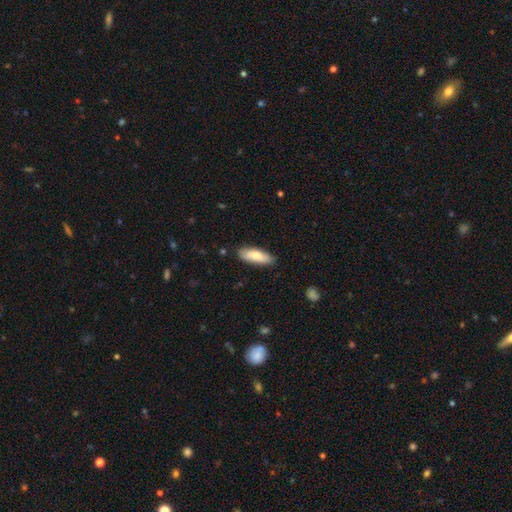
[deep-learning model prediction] Morphology: type=smooth (80%); roundness=in between (65%); merging=none (84%).